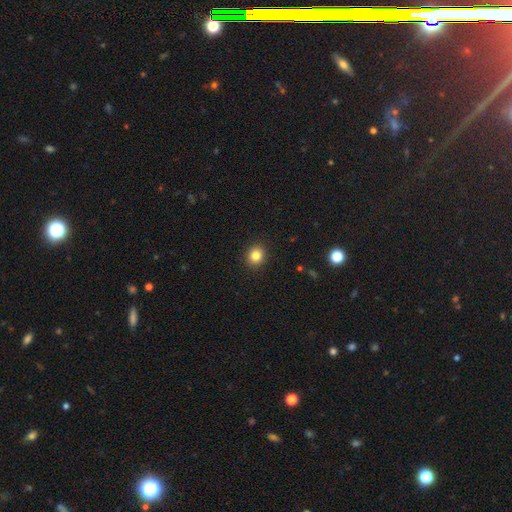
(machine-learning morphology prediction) Smooth or featured: smooth — 83% (star or artifact — 11%)
How rounded: round — 80% (in between — 19%)
Merging: none — 92% (minor disturbance — 6%)